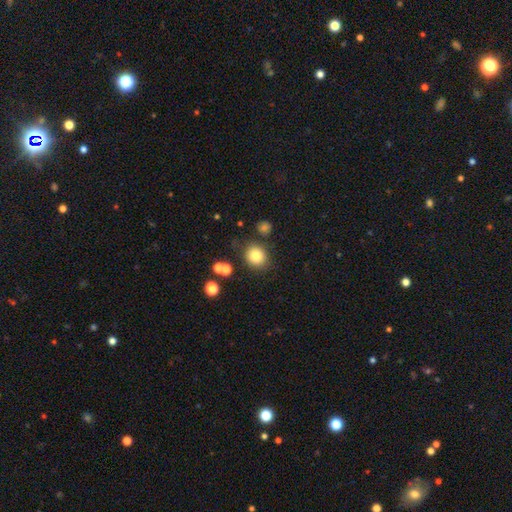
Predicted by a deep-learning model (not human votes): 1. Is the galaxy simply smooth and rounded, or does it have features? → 81% smooth, 12% star or artifact, 7% featured or disk.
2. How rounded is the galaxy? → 83% round, 16% in between, 1% cigar-shaped.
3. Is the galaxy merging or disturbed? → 81% none, 10% minor disturbance, 5% merger, 4% major disturbance.